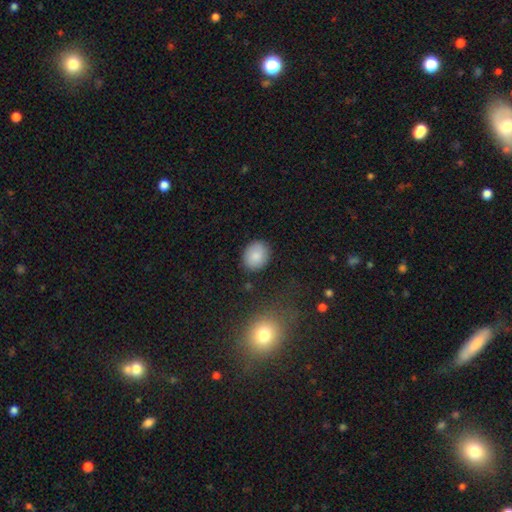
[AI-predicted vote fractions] Morphology: type=smooth (86%); roundness=round (56%); merging=none (87%).